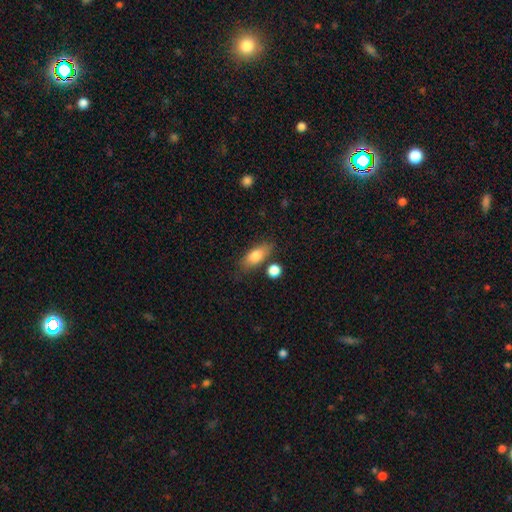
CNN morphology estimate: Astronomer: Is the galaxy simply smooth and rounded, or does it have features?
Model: smooth — 79%.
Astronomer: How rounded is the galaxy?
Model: in between — 77%.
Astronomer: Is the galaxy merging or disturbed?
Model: none — 71%.